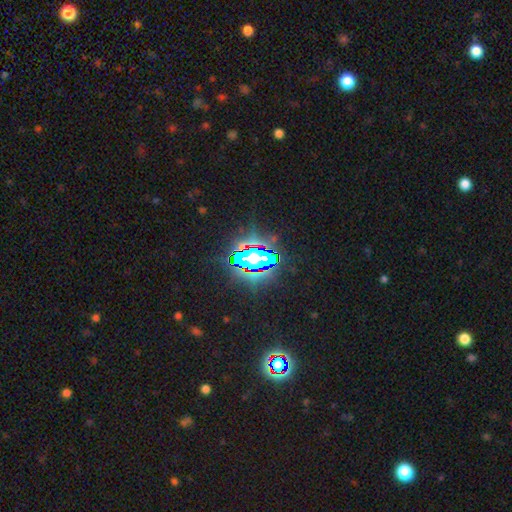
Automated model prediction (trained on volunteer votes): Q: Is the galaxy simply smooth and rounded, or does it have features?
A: star or artifact — 80%.